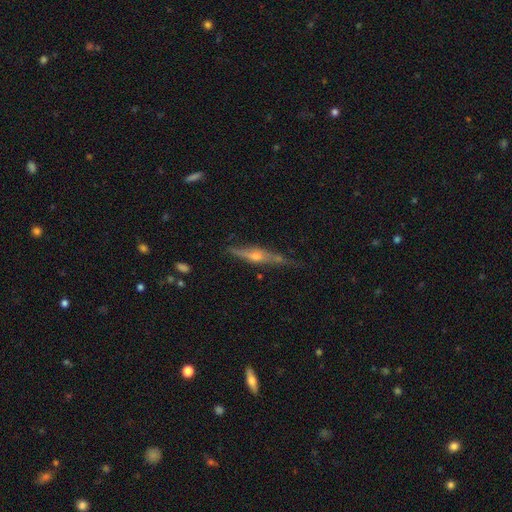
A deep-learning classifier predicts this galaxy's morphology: This is likely a featured or disk galaxy (74%). It is clearly viewed edge-on (94%). Edge-on bulge: clearly rounded (88%). Merging: likely none (68%).